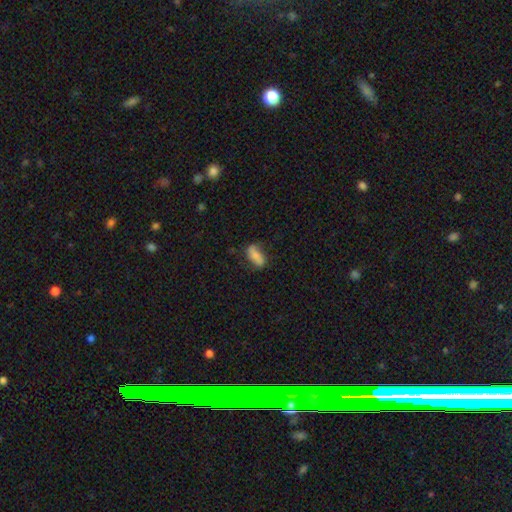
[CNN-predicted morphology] Overall: smooth (67%). How rounded: in between (79%). Merging: none (66%).